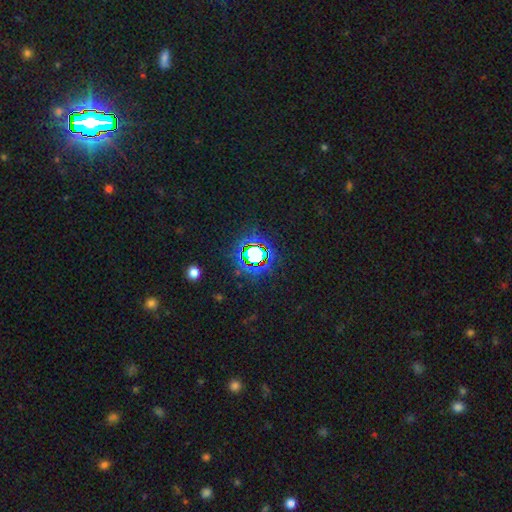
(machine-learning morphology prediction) type=star or artifact (73%).